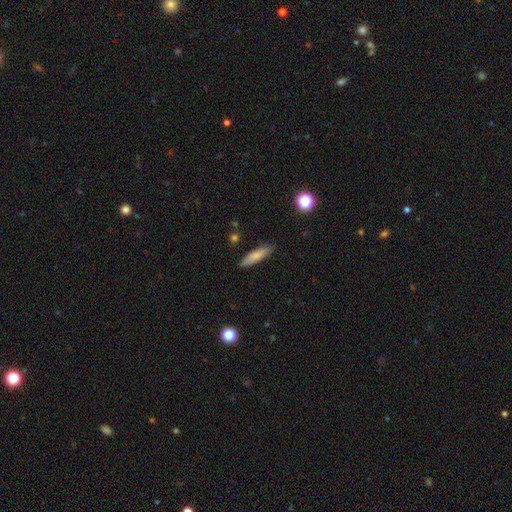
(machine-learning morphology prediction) This appears to be a smooth galaxy with no disk features (77%) that is cigar-shaped (72%). Merging: none (86%).